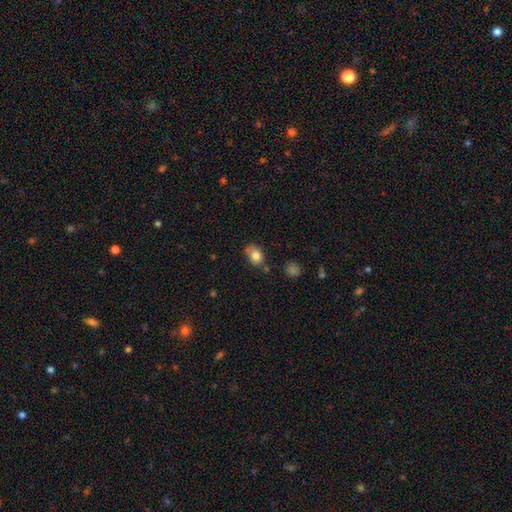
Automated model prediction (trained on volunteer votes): A smooth galaxy with no disk features (81%) that is in between round and cigar-shaped (71%). Merging: none (60%).